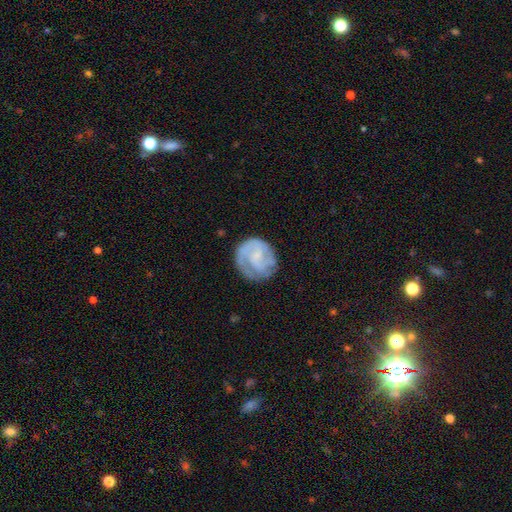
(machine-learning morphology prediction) smooth_or_featured: featured or disk (p=0.62) [alt: smooth p=0.32]
disk_edge_on: no (p=0.98) [alt: yes p=0.02]
bar: no (p=0.60) [alt: weak p=0.33]
has_spiral_arms: yes (p=0.84) [alt: no p=0.16]
spiral_winding: tight (p=0.54) [alt: medium p=0.33]
spiral_arm_count: can't tell (p=0.30) [tied with: 2 p=0.30]
bulge_size: none (p=0.40) [alt: small p=0.37]
merging: none (p=0.69) [alt: minor disturbance p=0.19]